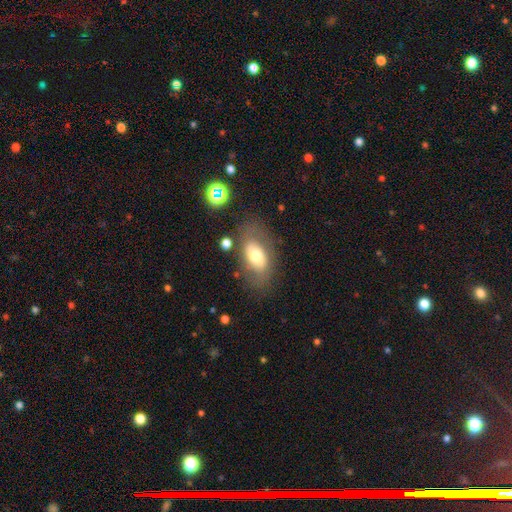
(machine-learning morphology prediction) type=smooth (57%); roundness=in between (88%); merging=none (70%).